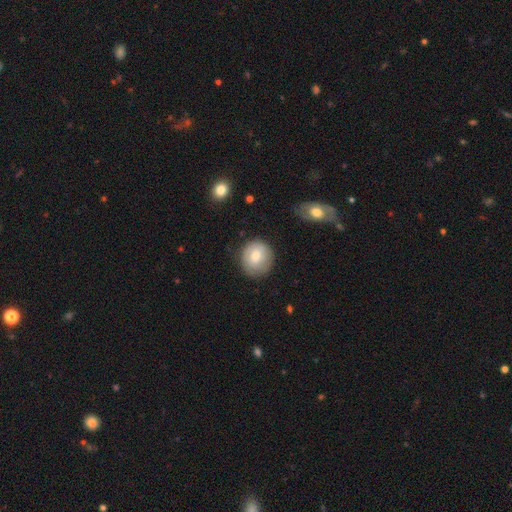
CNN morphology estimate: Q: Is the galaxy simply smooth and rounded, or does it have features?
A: smooth — 70%.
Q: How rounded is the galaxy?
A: round — 86%.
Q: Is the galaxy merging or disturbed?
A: none — 80%.